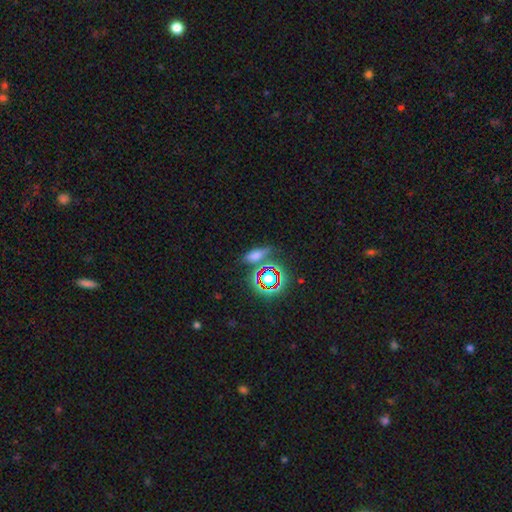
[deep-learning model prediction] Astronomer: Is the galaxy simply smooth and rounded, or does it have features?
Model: smooth — 54% (runner-up: star or artifact, 32%).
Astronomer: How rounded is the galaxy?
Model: in between — 61%.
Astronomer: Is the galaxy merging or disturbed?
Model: none — 65%.